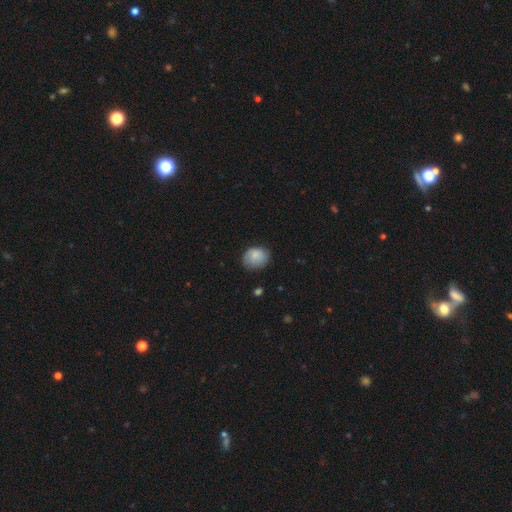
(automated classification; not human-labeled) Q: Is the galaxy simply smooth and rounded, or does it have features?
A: smooth — 78%.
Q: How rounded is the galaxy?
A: round — 54%.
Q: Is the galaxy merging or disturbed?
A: none — 72%.